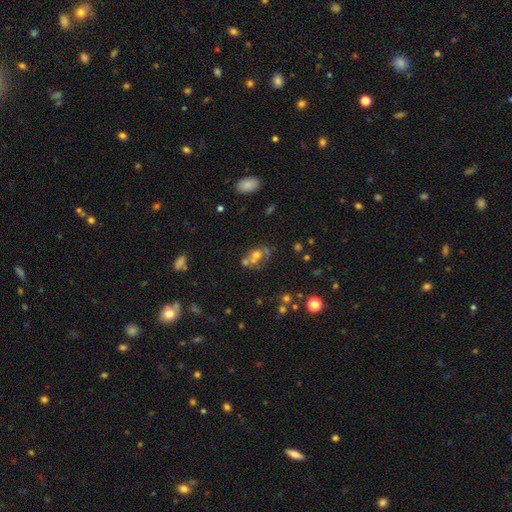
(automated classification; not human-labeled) This appears to be a smooth galaxy with no disk features (40%). Merging: none (38%).